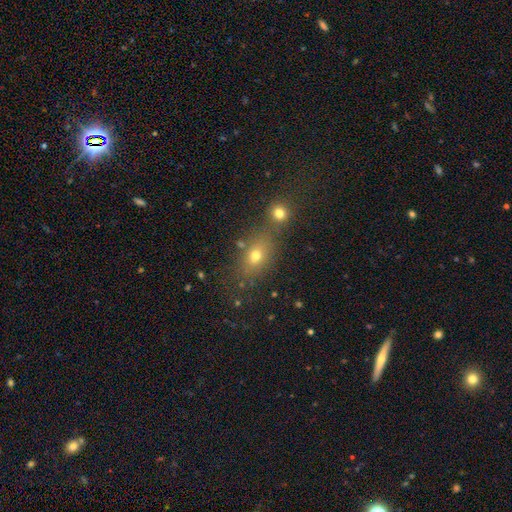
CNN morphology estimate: smooth-or-featured: smooth: 63% | star or artifact: 21% | featured or disk: 16%
  how-rounded: in between: 64% | round: 29% | cigar-shaped: 7%
  merging: none: 59% | merger: 25% | minor disturbance: 11% | major disturbance: 5%